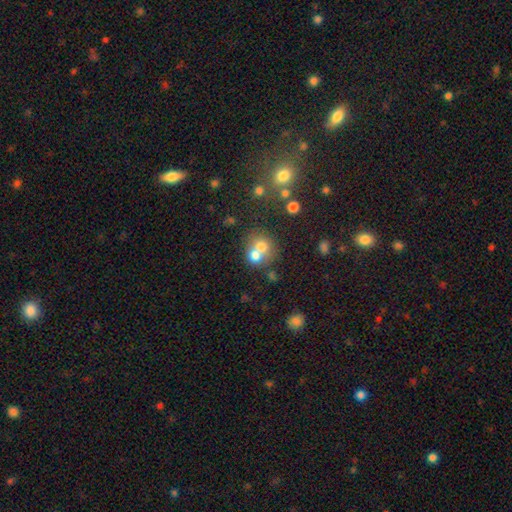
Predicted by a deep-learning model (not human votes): This is likely a smooth galaxy (66%). How rounded: likely round (75%). Merging: possibly merger (60%).